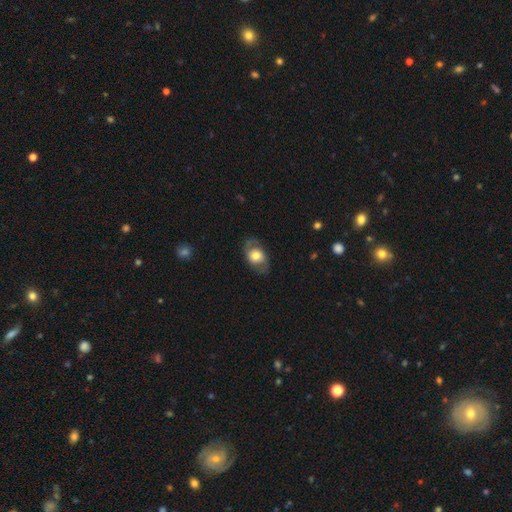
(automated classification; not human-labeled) A featured or disk galaxy (48%).

Vote fractions:
- Smooth or featured? featured or disk: 48% / smooth: 44% / star or artifact: 7%
- Merging? none: 75% / minor disturbance: 15% / major disturbance: 8% / merger: 1%